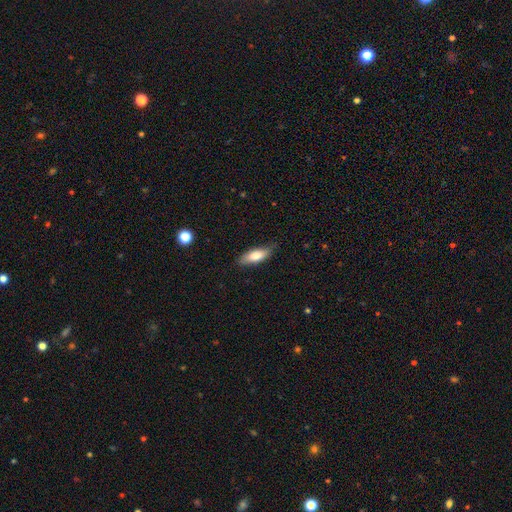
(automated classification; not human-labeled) The model was most divided on "how rounded": in between: 68%, cigar-shaped: 30%, round: 2%. More confident: smooth or featured — smooth (77%); merging — none (76%).